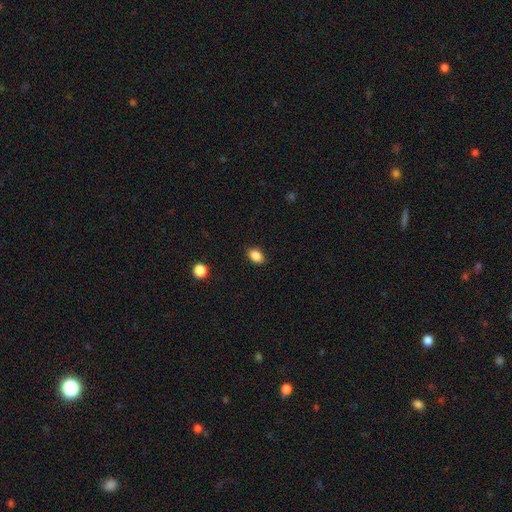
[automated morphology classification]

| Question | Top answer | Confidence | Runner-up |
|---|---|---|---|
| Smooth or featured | smooth | 87% | star or artifact (9%) |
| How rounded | in between | 82% | round (17%) |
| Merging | none | 88% | minor disturbance (9%) |